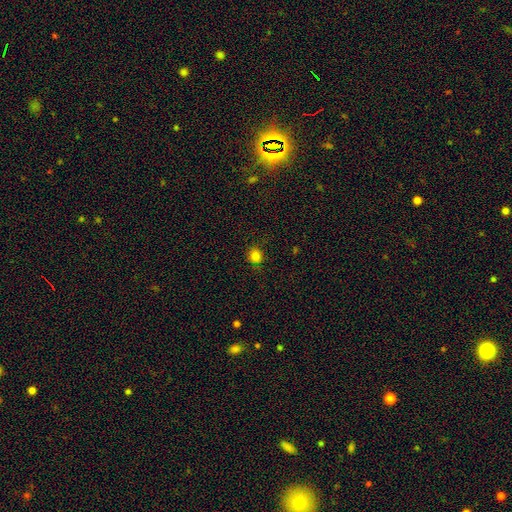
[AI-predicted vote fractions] Smooth or featured: smooth — 82% (star or artifact — 14%)
How rounded: round — 78% (in between — 21%)
Merging: none — 85% (minor disturbance — 11%)